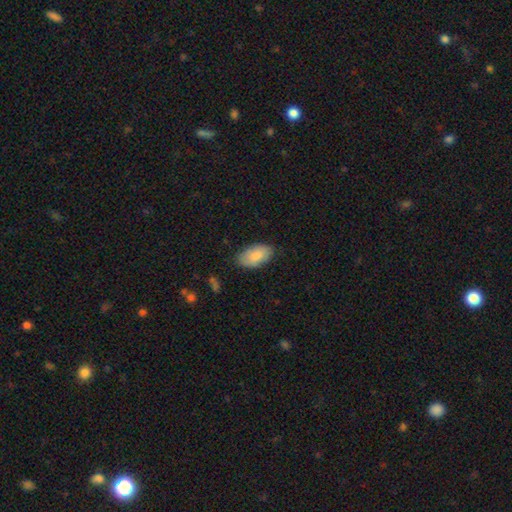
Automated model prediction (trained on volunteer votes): A smooth galaxy with no disk features (81%) that is in between round and cigar-shaped (95%). Merging: none (78%).